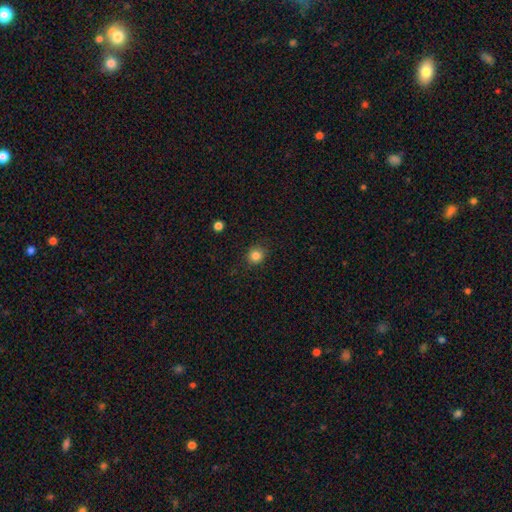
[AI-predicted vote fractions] Q: Smooth or featured?
A: smooth (84%); runner-up: star or artifact (11%)
Q: How rounded?
A: round (87%); runner-up: in between (12%)
Q: Merging?
A: none (88%); runner-up: minor disturbance (8%)